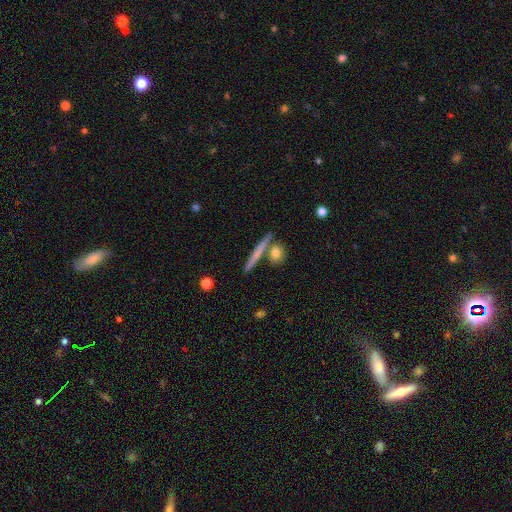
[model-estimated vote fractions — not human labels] The model was most divided on "smooth or featured": smooth: 56%, featured or disk: 37%, star or artifact: 7%. More confident: how rounded — cigar-shaped (84%); merging — none (79%).